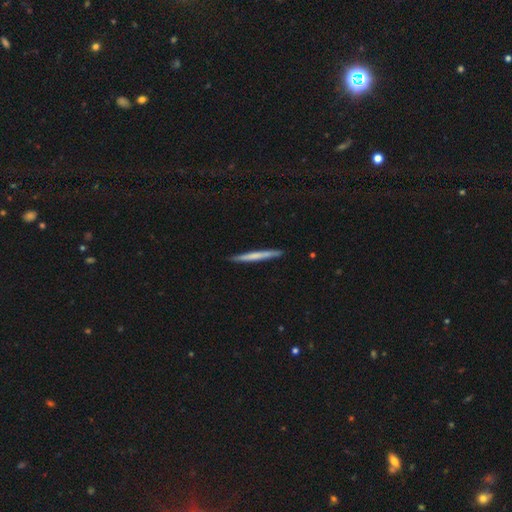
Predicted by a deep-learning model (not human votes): smooth_or_featured: smooth (p=0.56) [alt: featured or disk p=0.39]
how_rounded: cigar-shaped (p=0.97) [alt: in between p=0.02]
merging: none (p=0.90) [alt: minor disturbance p=0.07]